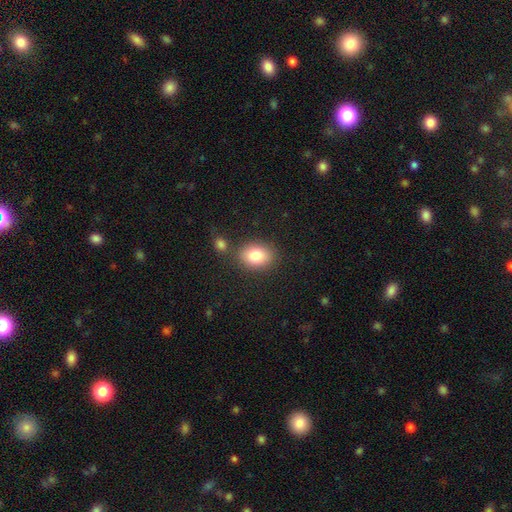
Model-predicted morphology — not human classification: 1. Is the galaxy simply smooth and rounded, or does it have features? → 82% smooth, 9% featured or disk, 9% star or artifact.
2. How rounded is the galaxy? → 63% in between, 36% round, 1% cigar-shaped.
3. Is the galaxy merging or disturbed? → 77% none, 11% minor disturbance, 9% merger, 3% major disturbance.